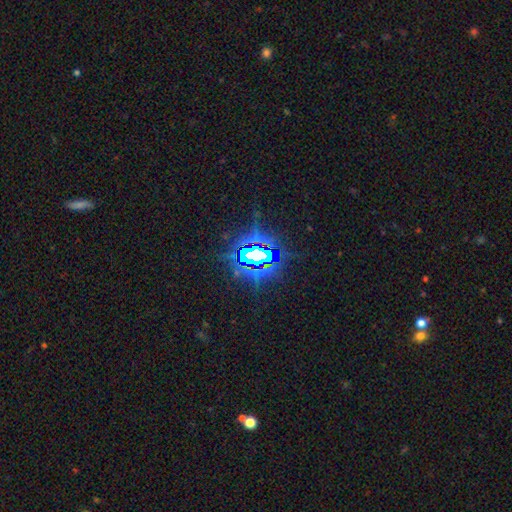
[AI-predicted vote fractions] Smooth or featured: star or artifact — 79% (featured or disk — 12%)